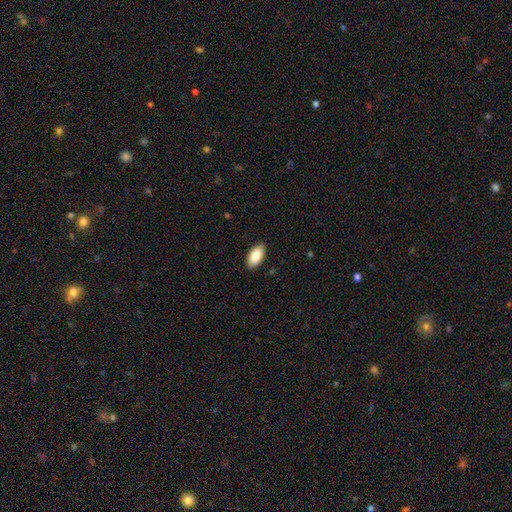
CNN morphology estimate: This is clearly a smooth galaxy (85%). How rounded: clearly in between (93%). Merging: clearly none (89%).